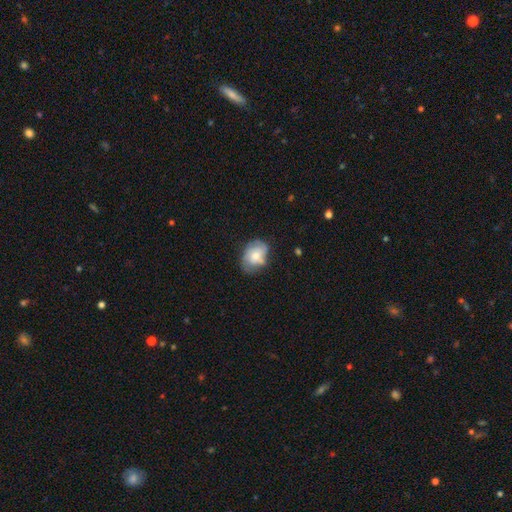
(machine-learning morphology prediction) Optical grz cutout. It shows a smooth galaxy with no disk features (51%) that is in between round and cigar-shaped (65%). Merging: none (58%).